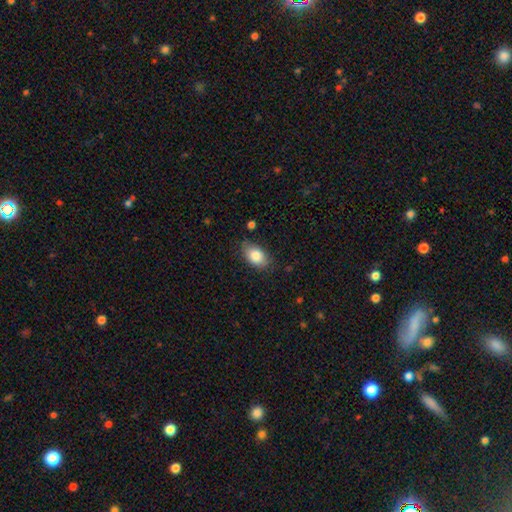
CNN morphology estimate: Smooth or featured? smooth (85%)
How rounded? in between (89%)
Merging? none (78%)